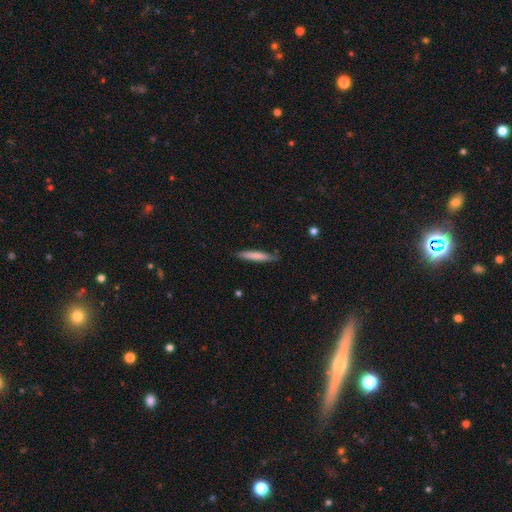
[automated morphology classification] Overall: smooth (75%). How rounded: cigar-shaped (92%). Merging: none (83%).